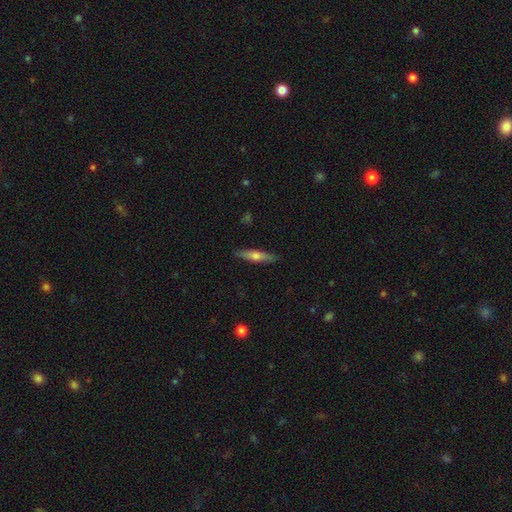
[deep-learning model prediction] Smooth or featured? Predicted: smooth (p=0.53). How rounded? Predicted: cigar-shaped (p=0.79). Merging? Predicted: none (p=0.88).